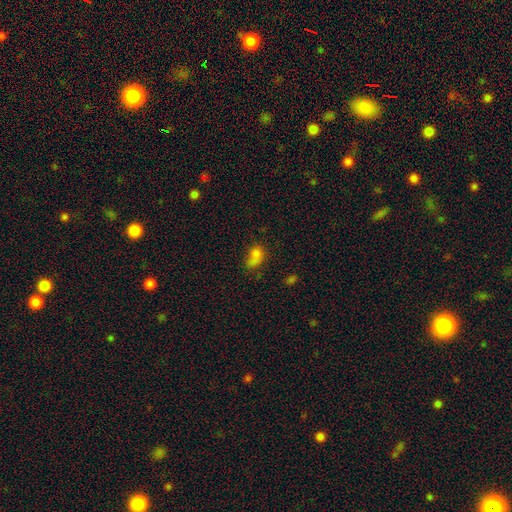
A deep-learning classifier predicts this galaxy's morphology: This appears to be a smooth galaxy with no disk features (75%) that is in between round and cigar-shaped (75%). Merging: none (35%).